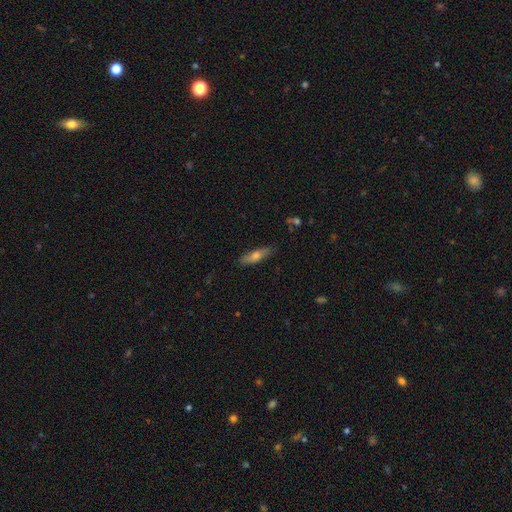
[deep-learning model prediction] Q: Smooth or featured?
A: smooth (62%); runner-up: featured or disk (31%)
Q: How rounded?
A: cigar-shaped (64%); runner-up: in between (34%)
Q: Merging?
A: none (85%); runner-up: minor disturbance (12%)